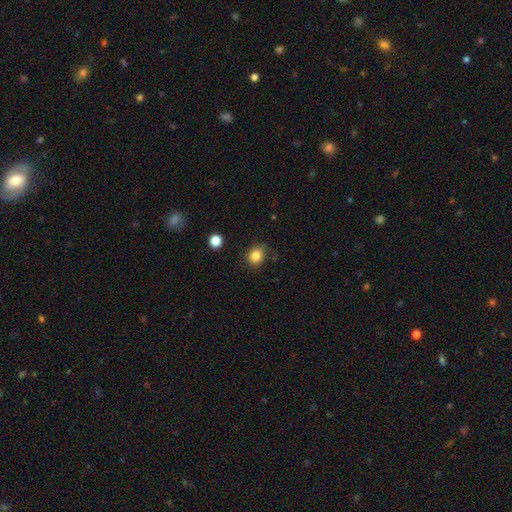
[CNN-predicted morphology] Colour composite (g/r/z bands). It shows a smooth galaxy with no disk features (85%) that is round (67%). Merging: none (82%).